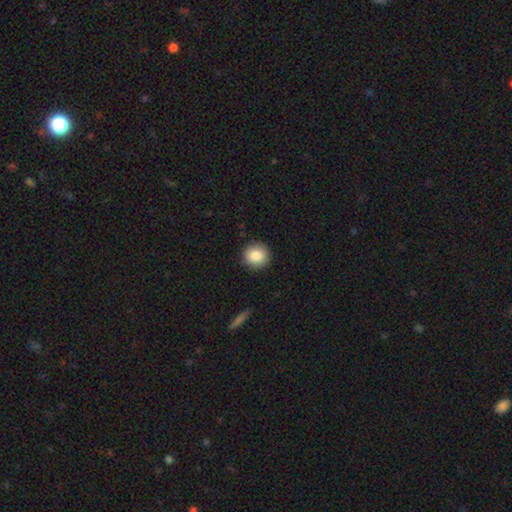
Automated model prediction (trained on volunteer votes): Q: Smooth or featured?
A: smooth (85%); runner-up: star or artifact (8%)
Q: How rounded?
A: round (91%); runner-up: in between (8%)
Q: Merging?
A: none (90%); runner-up: minor disturbance (7%)